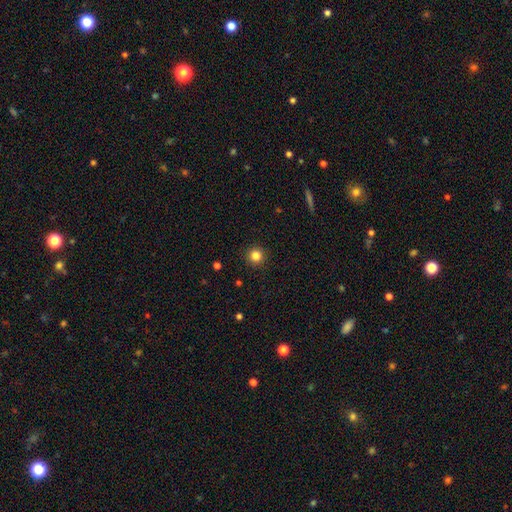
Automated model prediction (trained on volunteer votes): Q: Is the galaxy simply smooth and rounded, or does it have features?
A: smooth — 83%.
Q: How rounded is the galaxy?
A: round — 95%.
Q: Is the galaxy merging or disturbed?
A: none — 92%.